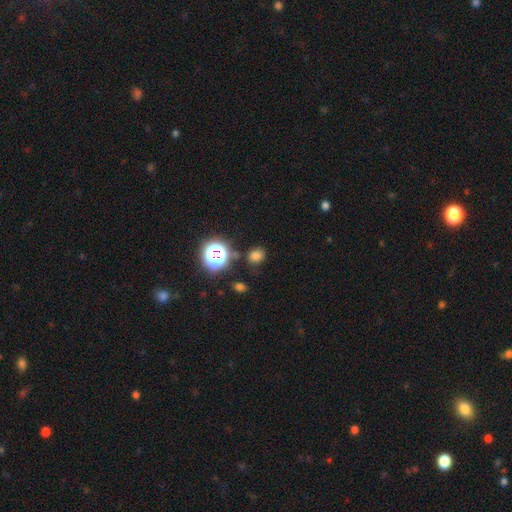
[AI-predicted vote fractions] This is likely a smooth galaxy (72%). How rounded: likely round (68%). Merging: likely none (79%).